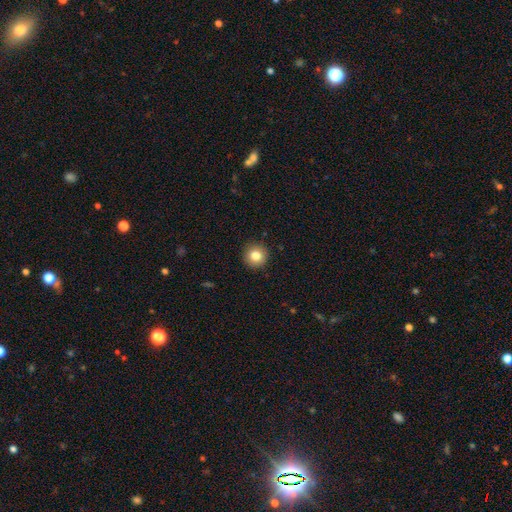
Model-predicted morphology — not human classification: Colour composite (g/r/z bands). It shows a smooth galaxy with no disk features (83%) that is round (95%). Merging: none (92%).